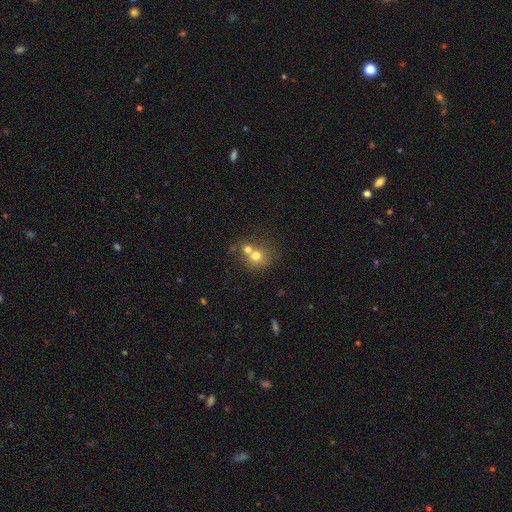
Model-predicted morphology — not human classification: This is likely a smooth galaxy (69%). How rounded: likely round (78%). Merging: possibly merger (58%).